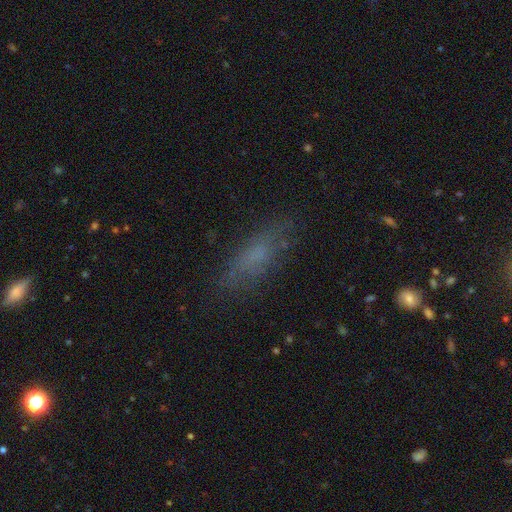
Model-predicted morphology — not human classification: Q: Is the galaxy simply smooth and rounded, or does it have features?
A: smooth — 65%.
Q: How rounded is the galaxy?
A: in between — 52%.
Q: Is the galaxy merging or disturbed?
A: none — 76%.